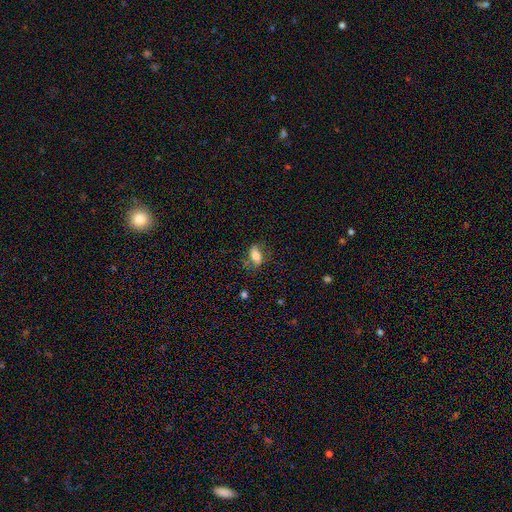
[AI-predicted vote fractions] A smooth galaxy with no disk features (65%) that is in between round and cigar-shaped (86%).

Vote fractions:
- Smooth or featured? smooth: 65% / featured or disk: 26% / star or artifact: 9%
- How rounded? in between: 86% / round: 9% / cigar-shaped: 5%
- Merging? none: 64% / minor disturbance: 23% / major disturbance: 11% / merger: 2%